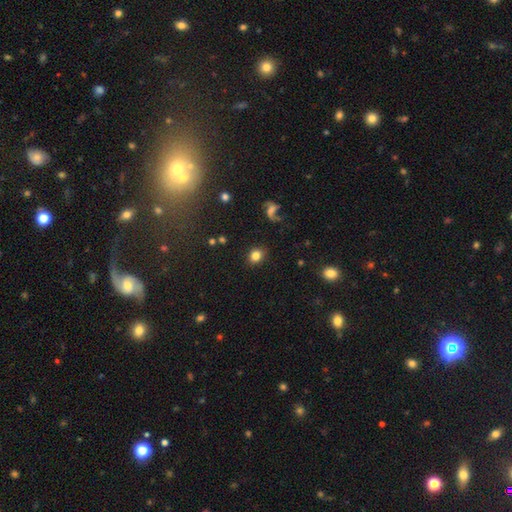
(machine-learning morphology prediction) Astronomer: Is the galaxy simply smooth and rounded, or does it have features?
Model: smooth — 81%.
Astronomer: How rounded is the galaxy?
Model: round — 71%.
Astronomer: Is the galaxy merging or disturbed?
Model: none — 87%.